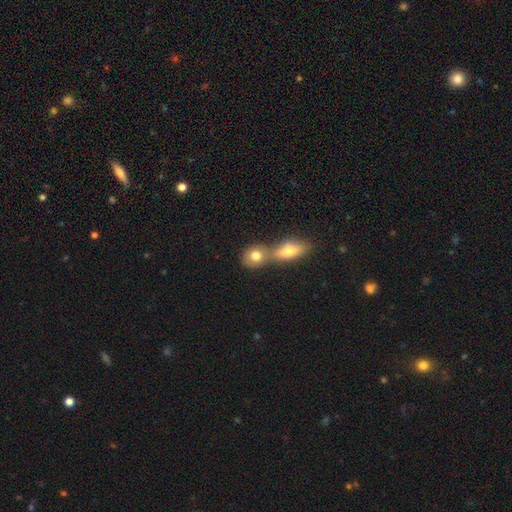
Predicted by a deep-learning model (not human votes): Smooth or featured? smooth (78%)
How rounded? round (60%)
Merging? merger (53%)